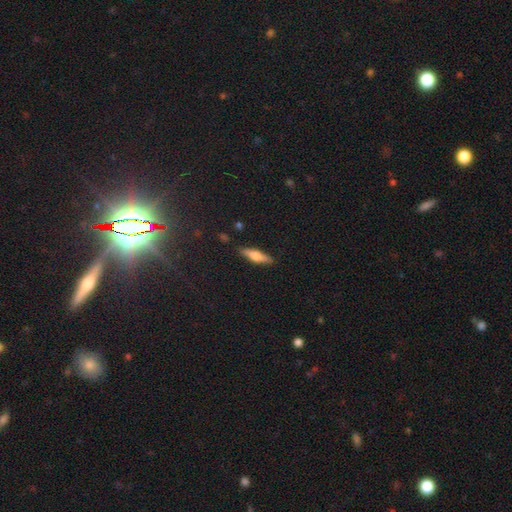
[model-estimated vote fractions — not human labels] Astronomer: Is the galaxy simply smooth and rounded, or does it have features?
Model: smooth — 54% (runner-up: featured or disk, 39%).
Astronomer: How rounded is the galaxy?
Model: cigar-shaped — 72%.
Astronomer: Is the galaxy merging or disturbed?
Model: none — 87%.